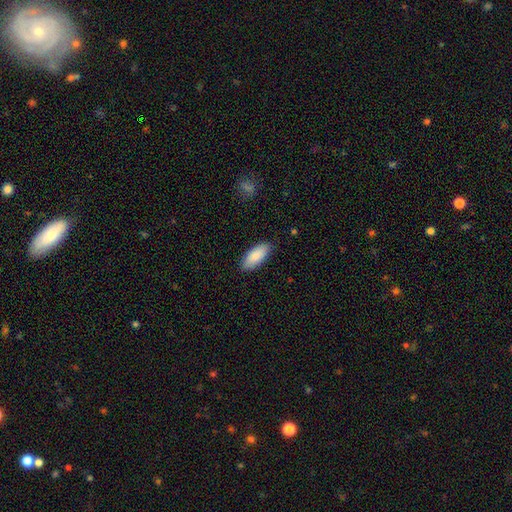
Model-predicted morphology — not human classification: Smooth or featured? smooth (87%)
How rounded? in between (85%)
Merging? none (86%)